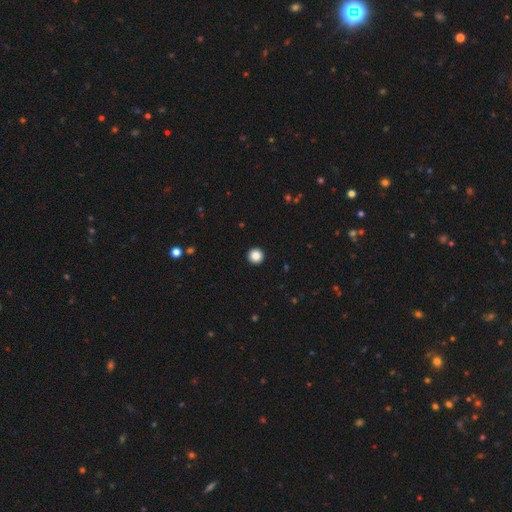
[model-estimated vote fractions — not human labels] Smooth or featured?
  - smooth: 87% *
  - star or artifact: 10%
  - featured or disk: 3%
How rounded?
  - round: 97% *
  - in between: 3%
  - cigar-shaped: 1%
Merging?
  - none: 94% *
  - minor disturbance: 3%
  - major disturbance: 1%
  - merger: 1%